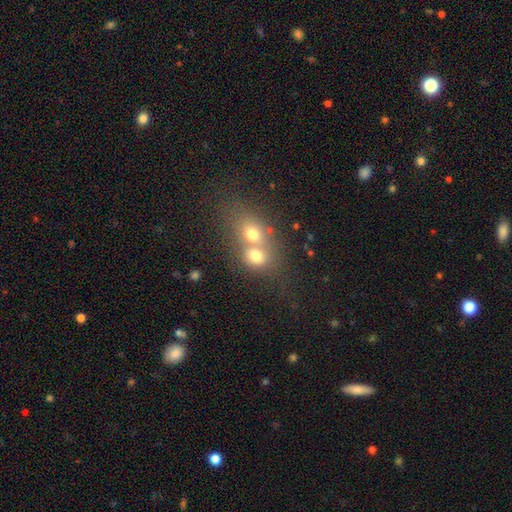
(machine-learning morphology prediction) smooth 68%, featured or disk 18%, star or artifact 13%. Down the decision tree: how rounded — round (55%); merging — merger (66%).